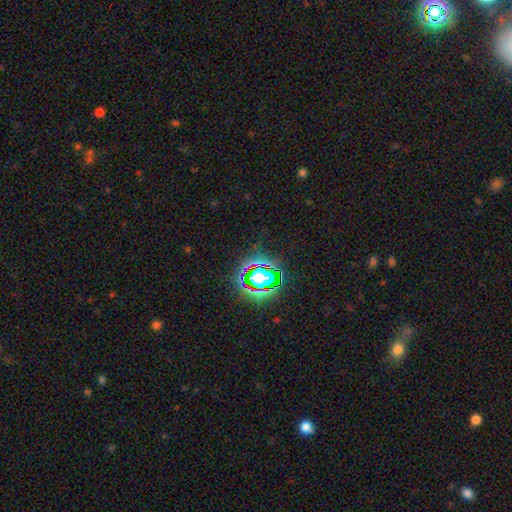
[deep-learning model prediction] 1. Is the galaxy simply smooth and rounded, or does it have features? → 78% star or artifact, 14% smooth, 8% featured or disk.